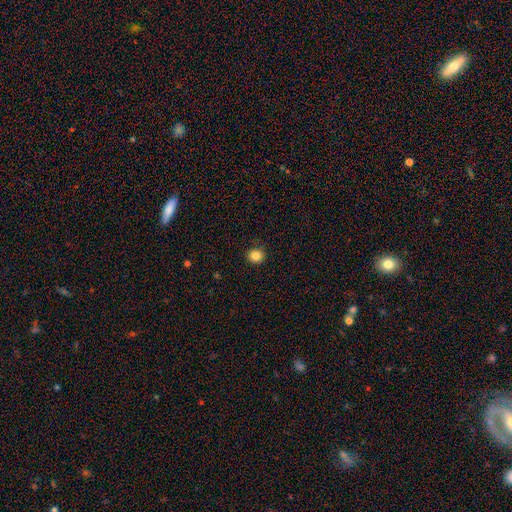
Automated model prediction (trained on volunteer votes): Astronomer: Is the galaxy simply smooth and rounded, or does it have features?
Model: smooth — 84%.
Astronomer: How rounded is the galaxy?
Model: round — 87%.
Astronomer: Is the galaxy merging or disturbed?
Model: none — 89%.